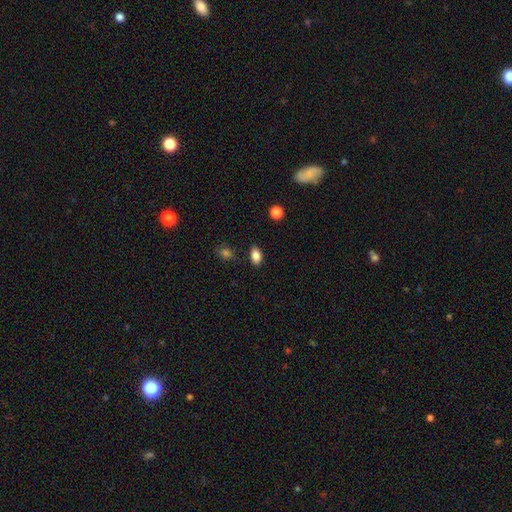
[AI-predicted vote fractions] A smooth galaxy with no disk features (86%) that is in between round and cigar-shaped (87%). Merging: none (86%).